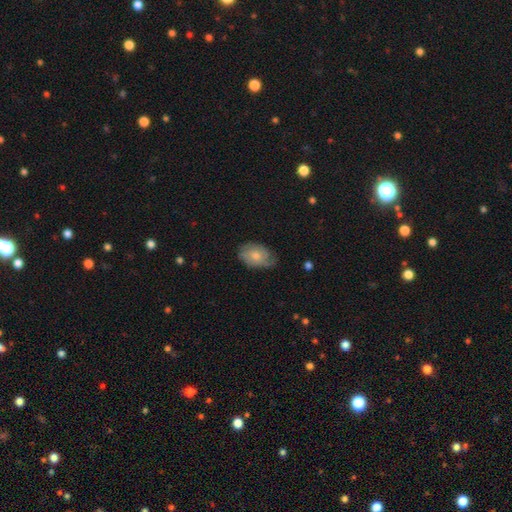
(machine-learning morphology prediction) smooth_or_featured: smooth (p=0.54) [alt: featured or disk p=0.39]
how_rounded: in between (p=0.83) [alt: round p=0.16]
merging: none (p=0.60) [alt: minor disturbance p=0.31]